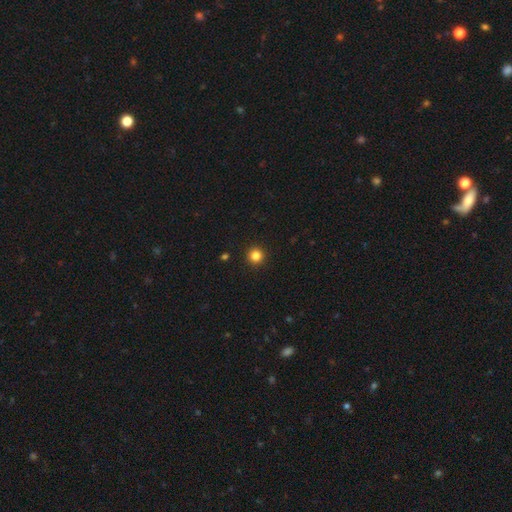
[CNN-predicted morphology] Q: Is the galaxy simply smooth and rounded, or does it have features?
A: smooth — 83%.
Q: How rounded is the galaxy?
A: round — 96%.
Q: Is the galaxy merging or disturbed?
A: none — 93%.